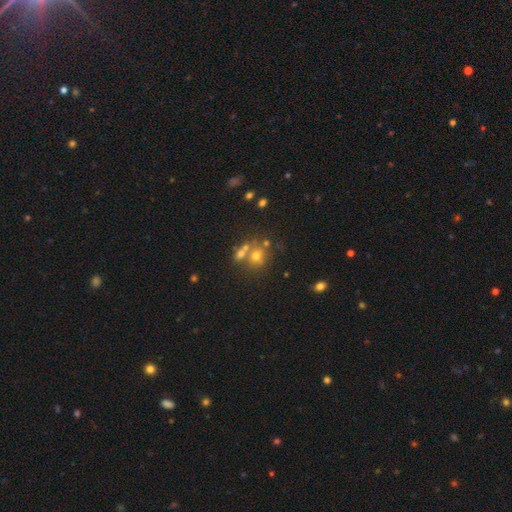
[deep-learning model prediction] smooth 61%, star or artifact 21%, featured or disk 18%. Down the decision tree: how rounded — round (73%); merging — none (47%).